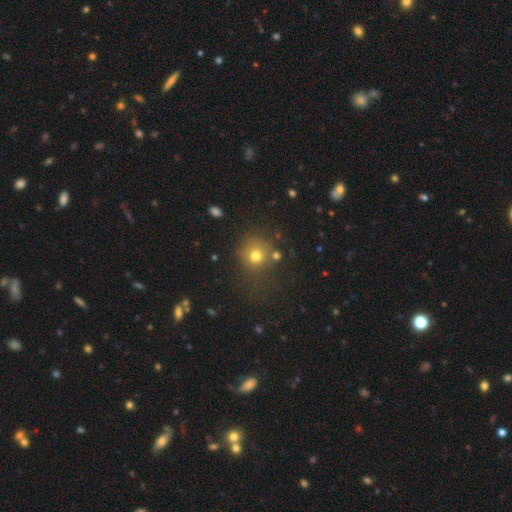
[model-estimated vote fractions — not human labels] smooth 74%, star or artifact 16%, featured or disk 10%. Down the decision tree: how rounded — round (87%); merging — none (66%).